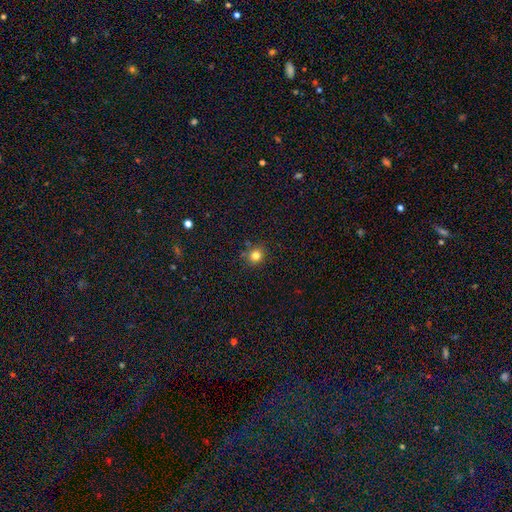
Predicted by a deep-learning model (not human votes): This is clearly a smooth galaxy (80%). How rounded: clearly round (86%). Merging: clearly none (83%).